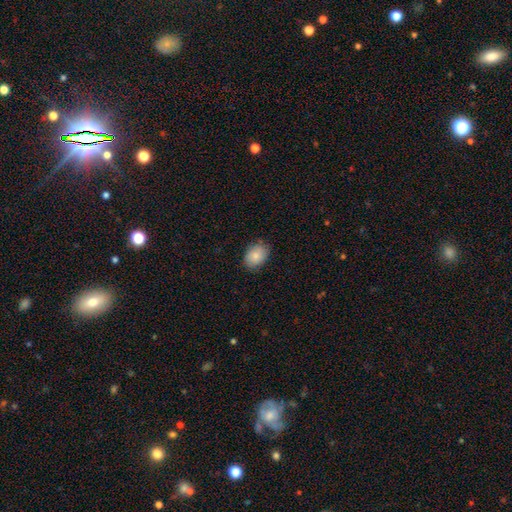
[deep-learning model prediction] This is clearly a smooth galaxy (86%). How rounded: likely in between (78%). Merging: clearly none (82%).